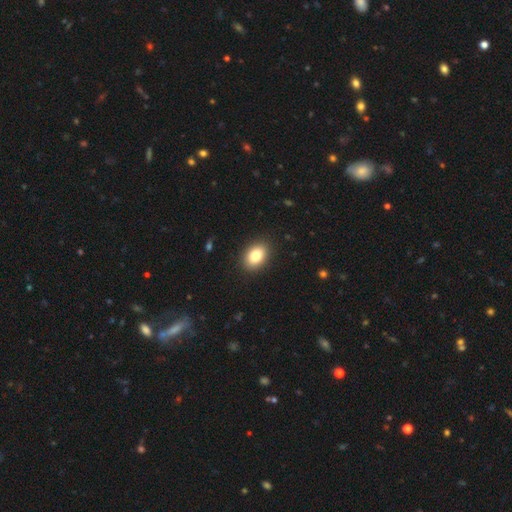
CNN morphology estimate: Q: Smooth or featured?
A: smooth (82%); runner-up: featured or disk (10%)
Q: How rounded?
A: in between (78%); runner-up: round (21%)
Q: Merging?
A: none (89%); runner-up: minor disturbance (8%)